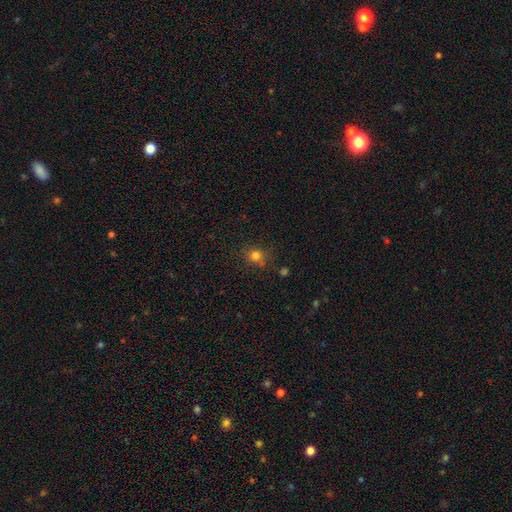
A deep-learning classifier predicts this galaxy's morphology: Smooth or featured: smooth — 78% (star or artifact — 15%)
How rounded: round — 80% (in between — 19%)
Merging: none — 79% (minor disturbance — 14%)